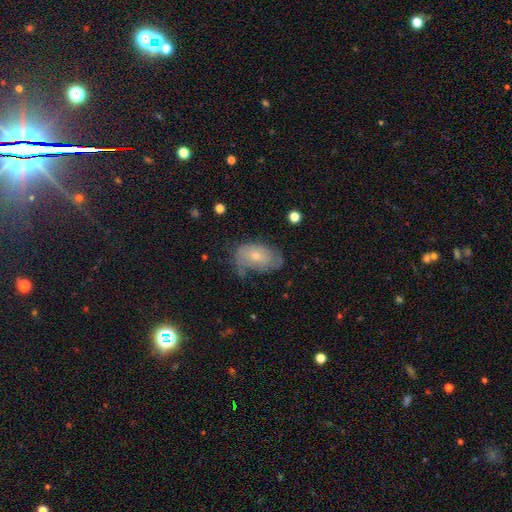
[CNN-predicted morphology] Smooth or featured?
  - smooth: 51% *
  - featured or disk: 40%
  - star or artifact: 9%
How rounded?
  - in between: 89% *
  - round: 10%
  - cigar-shaped: 2%
Merging?
  - none: 49% *
  - minor disturbance: 32%
  - major disturbance: 16%
  - merger: 3%